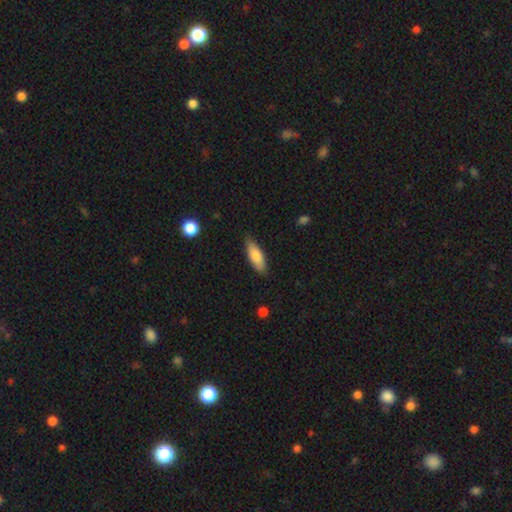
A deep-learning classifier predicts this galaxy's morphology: Q: Smooth or featured?
A: smooth (78%); runner-up: featured or disk (16%)
Q: How rounded?
A: in between (60%); runner-up: cigar-shaped (38%)
Q: Merging?
A: none (81%); runner-up: minor disturbance (15%)